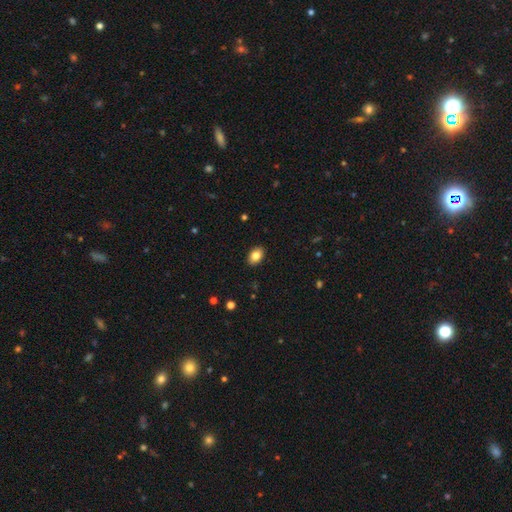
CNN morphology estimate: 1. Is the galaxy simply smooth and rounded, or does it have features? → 84% smooth, 8% star or artifact, 8% featured or disk.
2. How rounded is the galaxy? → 84% in between, 15% round, 1% cigar-shaped.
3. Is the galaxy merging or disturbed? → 90% none, 7% minor disturbance, 2% major disturbance, 1% merger.